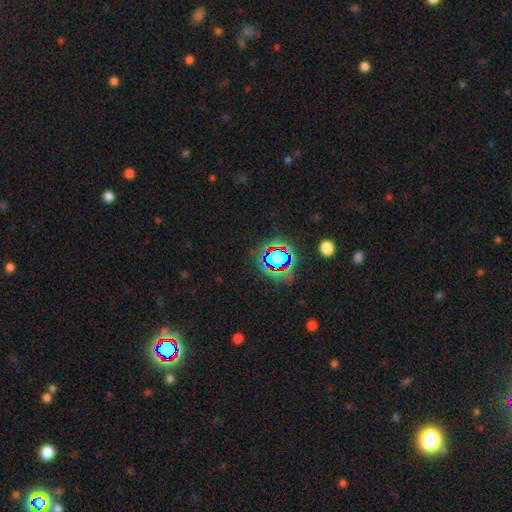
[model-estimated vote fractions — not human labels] Smooth or featured: star or artifact — 79% (smooth — 13%)